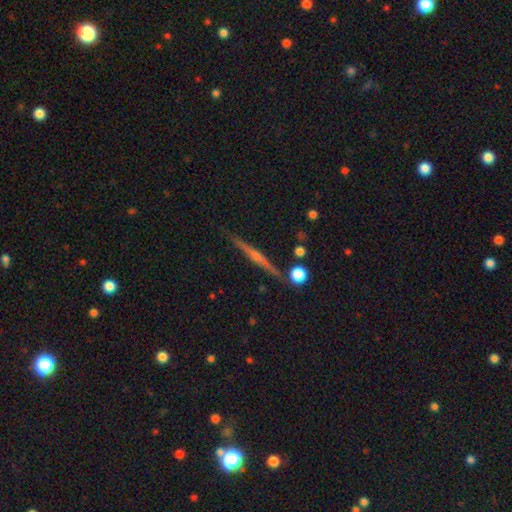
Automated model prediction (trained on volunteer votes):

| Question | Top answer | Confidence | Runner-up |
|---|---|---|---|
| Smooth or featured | featured or disk | 75% | smooth (17%) |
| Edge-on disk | yes | 98% | no (2%) |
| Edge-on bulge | rounded | 75% | none (15%) |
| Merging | none | 88% | minor disturbance (8%) |